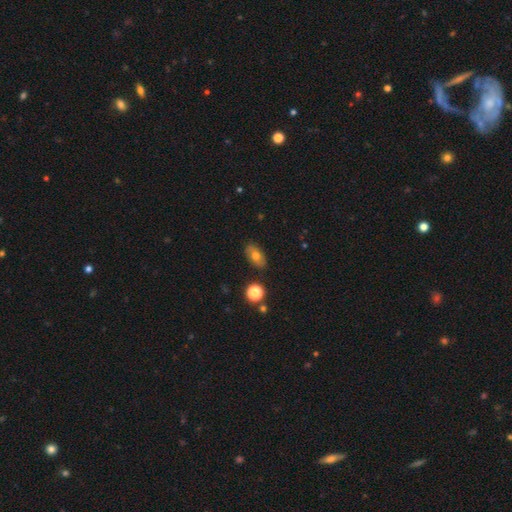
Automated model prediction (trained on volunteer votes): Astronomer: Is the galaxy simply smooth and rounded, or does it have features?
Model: smooth — 67%.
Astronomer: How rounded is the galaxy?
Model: in between — 85%.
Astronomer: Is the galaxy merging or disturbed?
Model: none — 85%.